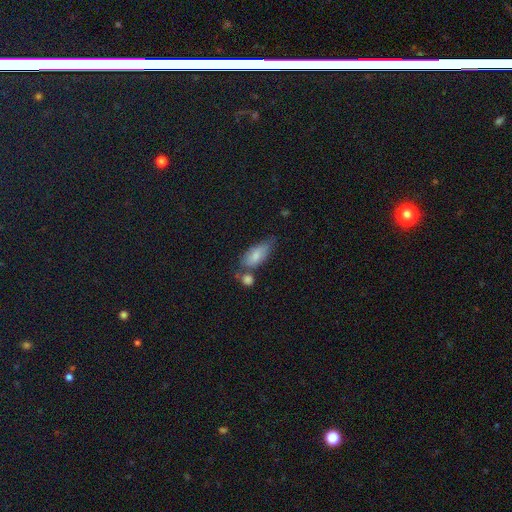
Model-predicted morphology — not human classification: This appears to be a smooth galaxy with no disk features (76%) that is in between round and cigar-shaped (82%). Merging: none (40%).